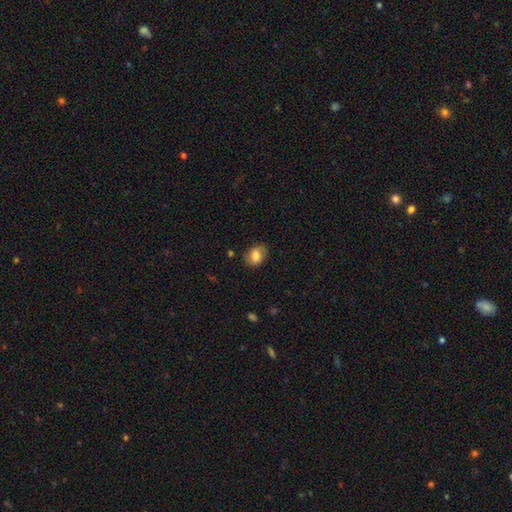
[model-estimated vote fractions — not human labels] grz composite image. It shows a smooth galaxy with no disk features (81%) that is in between round and cigar-shaped (63%). Merging: none (80%).